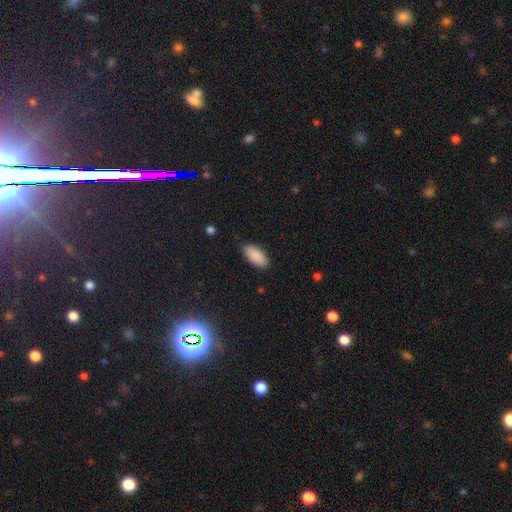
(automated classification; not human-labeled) Overall: smooth (90%). How rounded: in between (91%). Merging: none (87%).